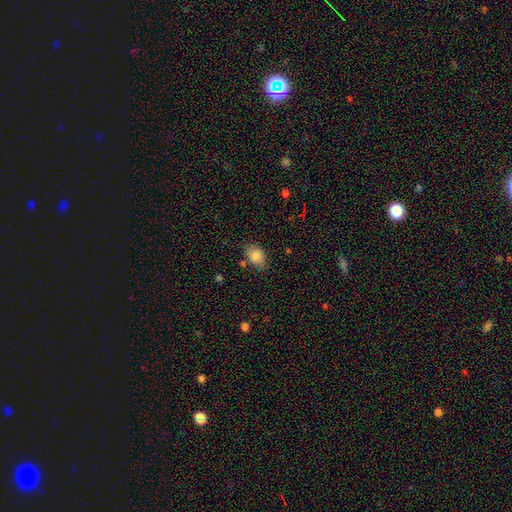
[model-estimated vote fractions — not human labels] Overall: smooth (84%). How rounded: in between (79%). Merging: none (72%).